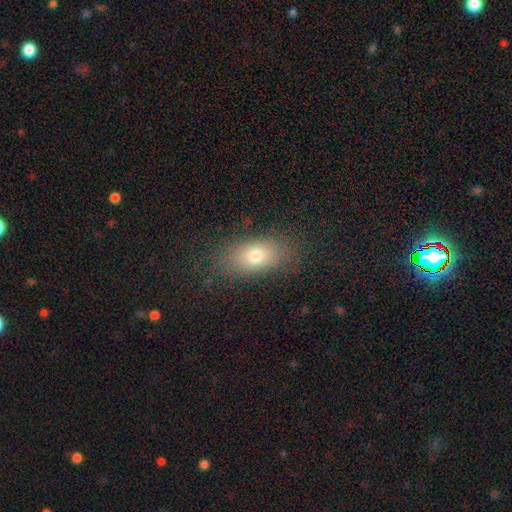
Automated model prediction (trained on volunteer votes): Smooth or featured? Predicted: smooth (p=0.75). How rounded? Predicted: in between (p=0.83). Merging? Predicted: none (p=0.82).